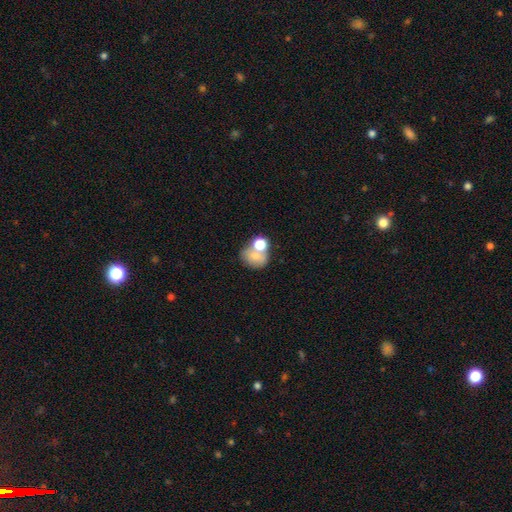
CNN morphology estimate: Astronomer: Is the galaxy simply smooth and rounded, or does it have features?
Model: smooth — 70%.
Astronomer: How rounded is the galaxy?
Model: round — 57% (runner-up: in between, 42%).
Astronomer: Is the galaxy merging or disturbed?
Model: merger — 46% (runner-up: none, 35%).